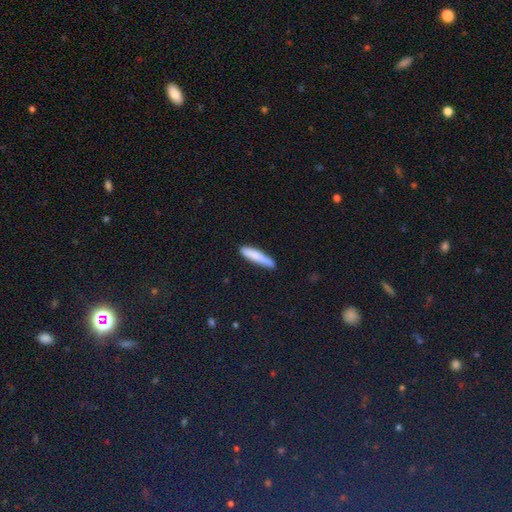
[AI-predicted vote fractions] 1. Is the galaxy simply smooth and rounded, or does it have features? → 81% smooth, 13% featured or disk, 6% star or artifact.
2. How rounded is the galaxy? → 90% cigar-shaped, 8% in between, 1% round.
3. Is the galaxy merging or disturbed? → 83% none, 13% minor disturbance, 2% major disturbance, 2% merger.